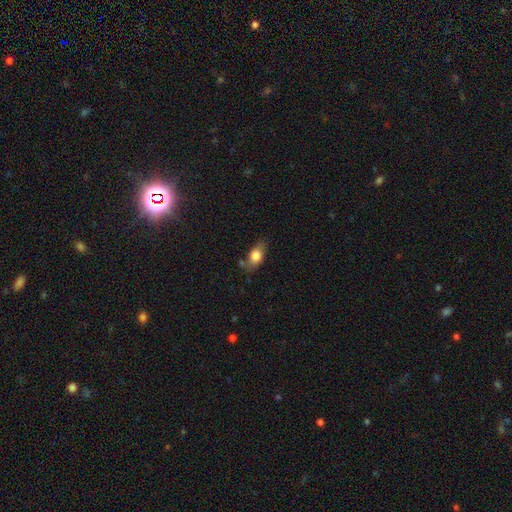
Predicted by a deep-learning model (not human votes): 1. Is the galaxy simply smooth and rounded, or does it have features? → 76% smooth, 17% featured or disk, 8% star or artifact.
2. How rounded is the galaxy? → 81% in between, 10% round, 9% cigar-shaped.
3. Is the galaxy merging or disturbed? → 66% none, 22% minor disturbance, 6% major disturbance, 6% merger.